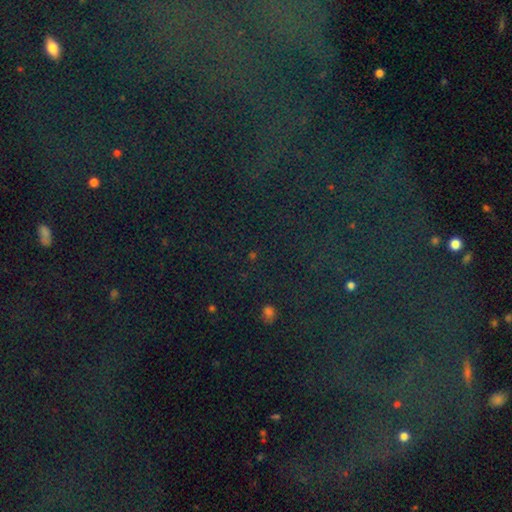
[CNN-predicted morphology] Smooth or featured: star or artifact — 78% (smooth — 11%)